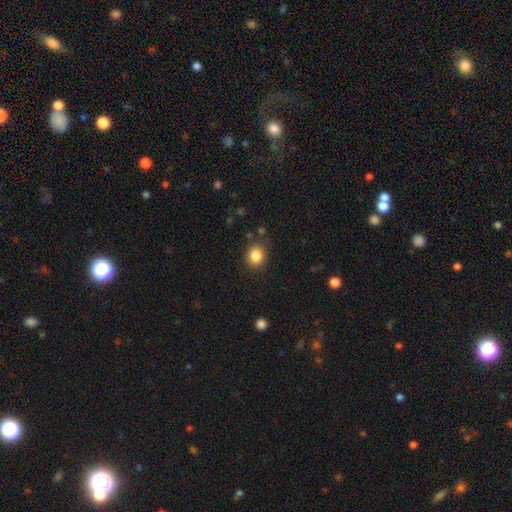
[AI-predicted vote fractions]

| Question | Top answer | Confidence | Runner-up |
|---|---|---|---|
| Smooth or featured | smooth | 86% | star or artifact (10%) |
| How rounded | round | 66% | in between (33%) |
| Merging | none | 84% | minor disturbance (11%) |